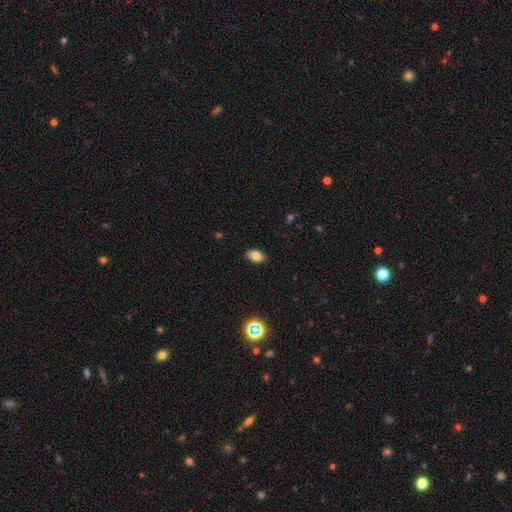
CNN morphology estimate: The model was most divided on "smooth or featured": smooth: 82%, star or artifact: 10%, featured or disk: 7%. More confident: how rounded — in between (89%); merging — none (86%).